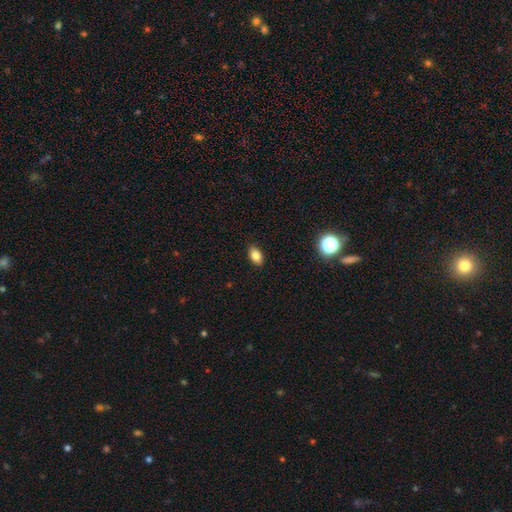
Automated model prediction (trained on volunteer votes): The model was most divided on "smooth or featured": smooth: 83%, star or artifact: 10%, featured or disk: 6%. More confident: merging — none (88%); how rounded — in between (87%).